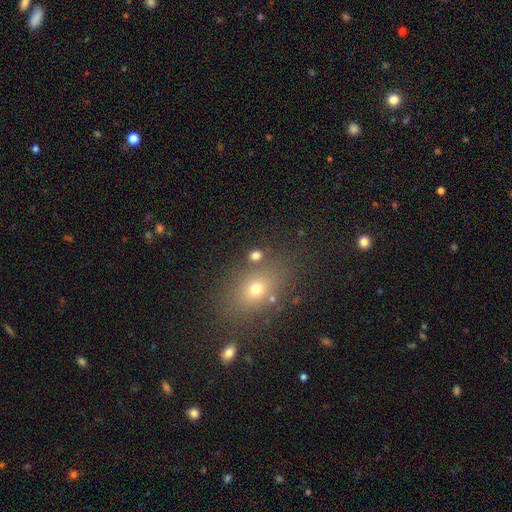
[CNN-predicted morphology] Smooth or featured?
  - smooth: 69% *
  - star or artifact: 20%
  - featured or disk: 11%
How rounded?
  - round: 54% *
  - in between: 43%
  - cigar-shaped: 3%
Merging?
  - none: 73% *
  - merger: 11%
  - minor disturbance: 10%
  - major disturbance: 5%